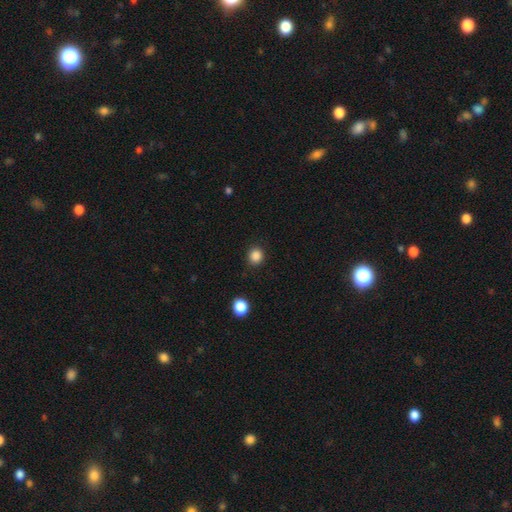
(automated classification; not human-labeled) Smooth or featured?
  - smooth: 86% *
  - star or artifact: 11%
  - featured or disk: 3%
How rounded?
  - round: 87% *
  - in between: 12%
  - cigar-shaped: 1%
Merging?
  - none: 89% *
  - minor disturbance: 7%
  - major disturbance: 2%
  - merger: 1%